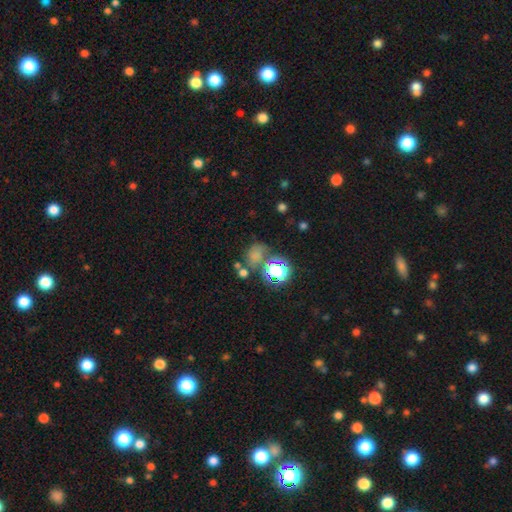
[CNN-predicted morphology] smooth 60%, star or artifact 30%, featured or disk 10%. Down the decision tree: how rounded — round (60%); merging — none (52%).